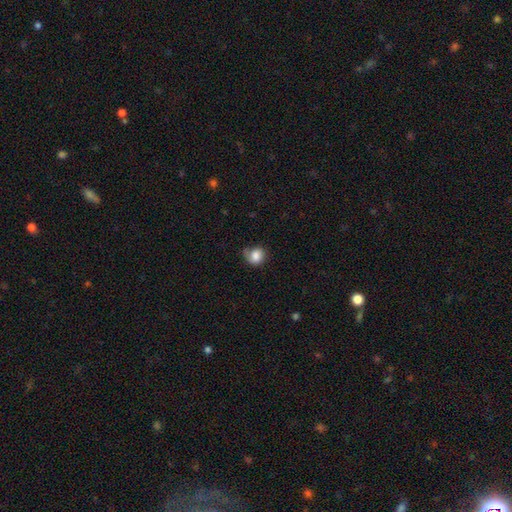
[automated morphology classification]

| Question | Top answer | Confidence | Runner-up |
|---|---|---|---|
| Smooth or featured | smooth | 78% | featured or disk (13%) |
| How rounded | round | 68% | in between (31%) |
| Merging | none | 45% | minor disturbance (34%) |